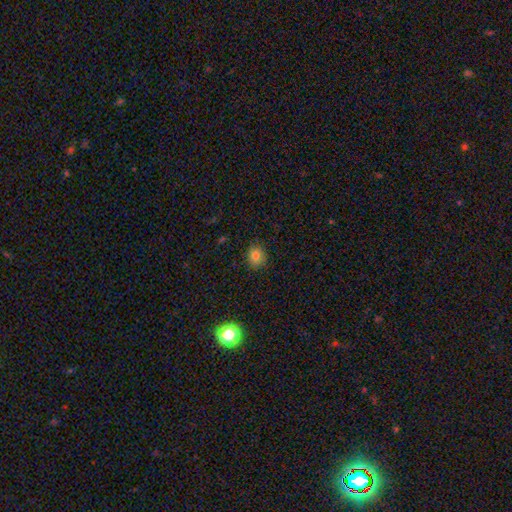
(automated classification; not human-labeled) Smooth or featured? Predicted: smooth (p=0.79). How rounded? Predicted: round (p=0.68). Merging? Predicted: none (p=0.84).